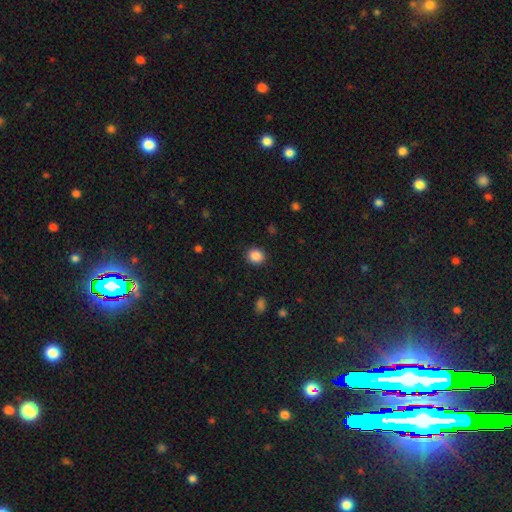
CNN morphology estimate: smooth 86%, star or artifact 10%, featured or disk 4%. Down the decision tree: how rounded — round (79%); merging — none (90%).